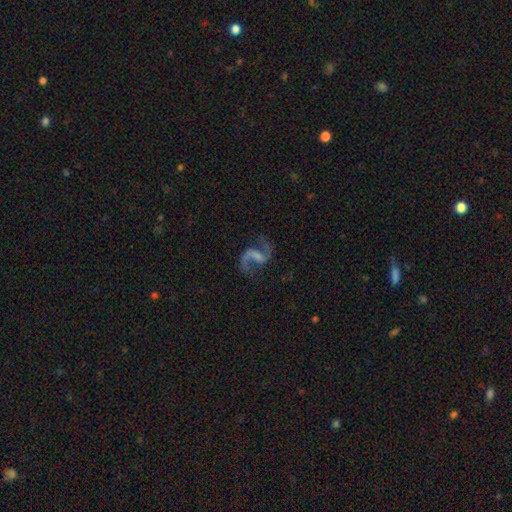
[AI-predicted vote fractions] Q: Smooth or featured?
A: featured or disk (89%); runner-up: star or artifact (6%)
Q: Edge-on disk?
A: no (98%); runner-up: yes (2%)
Q: Bar?
A: weak (46%); runner-up: strong (32%)
Q: Spiral arms?
A: yes (97%); runner-up: no (3%)
Q: Spiral winding?
A: loose (69%); runner-up: medium (27%)
Q: Spiral arm count?
A: 2 (92%); runner-up: 1 (3%)
Q: Bulge size?
A: none (59%); runner-up: small (25%)
Q: Merging?
A: none (75%); runner-up: minor disturbance (12%)